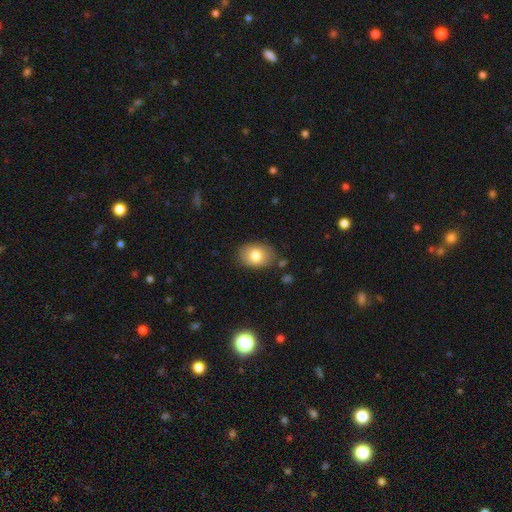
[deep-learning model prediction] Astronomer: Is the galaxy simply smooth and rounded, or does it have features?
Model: smooth — 80%.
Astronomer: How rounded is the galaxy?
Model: in between — 71%.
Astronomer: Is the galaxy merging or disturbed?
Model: none — 82%.